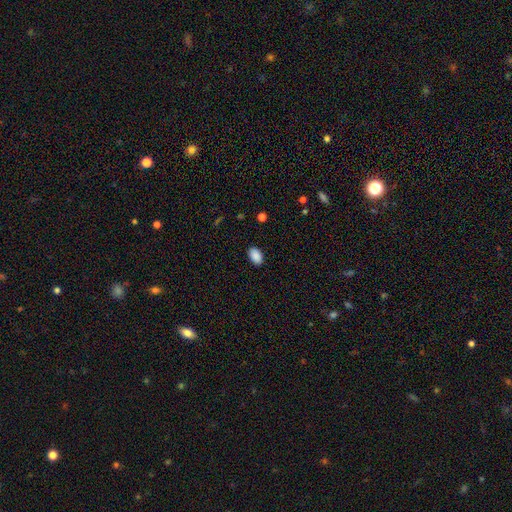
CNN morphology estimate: Smooth or featured: smooth — 89% (star or artifact — 8%)
How rounded: in between — 92% (round — 7%)
Merging: none — 87% (minor disturbance — 10%)